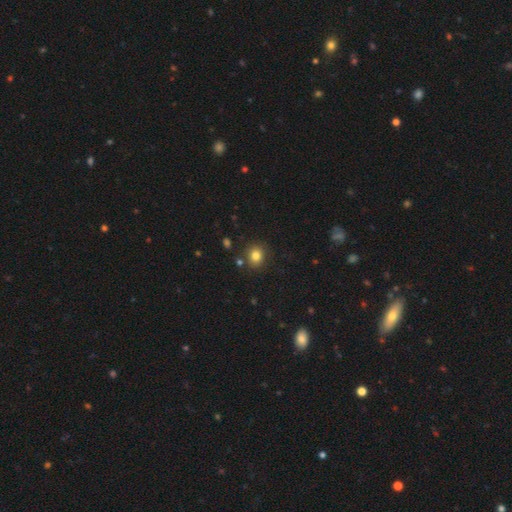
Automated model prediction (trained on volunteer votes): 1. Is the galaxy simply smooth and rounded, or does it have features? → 82% smooth, 12% star or artifact, 6% featured or disk.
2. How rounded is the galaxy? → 78% round, 21% in between, 1% cigar-shaped.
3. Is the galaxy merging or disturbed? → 85% none, 9% minor disturbance, 4% merger, 3% major disturbance.